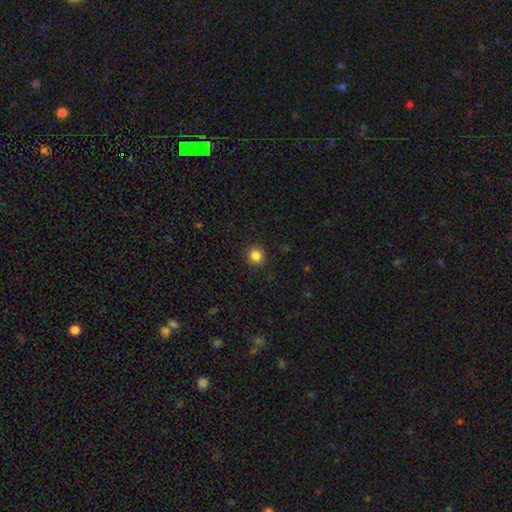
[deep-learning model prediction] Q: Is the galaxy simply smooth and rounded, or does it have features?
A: smooth — 85%.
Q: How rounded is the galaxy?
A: round — 94%.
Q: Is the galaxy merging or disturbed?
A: none — 92%.